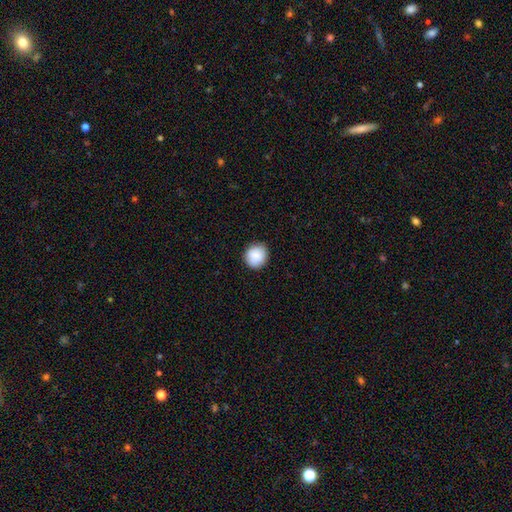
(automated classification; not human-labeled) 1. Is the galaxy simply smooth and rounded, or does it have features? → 85% smooth, 7% star or artifact, 7% featured or disk.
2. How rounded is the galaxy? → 89% round, 10% in between, 1% cigar-shaped.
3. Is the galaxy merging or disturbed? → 88% none, 9% minor disturbance, 2% major disturbance, 1% merger.